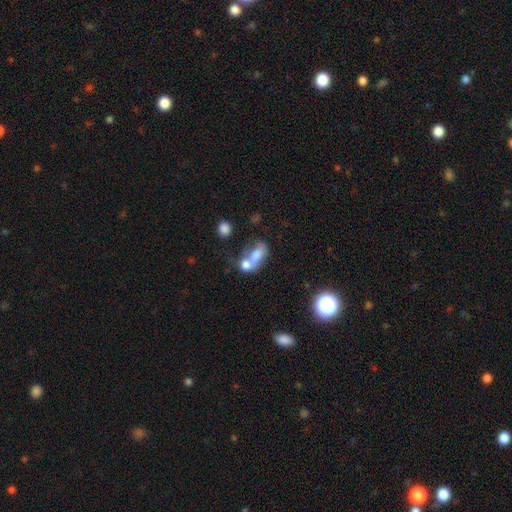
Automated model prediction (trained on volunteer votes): Smooth or featured? Predicted: smooth (p=0.66). How rounded? Predicted: in between (p=0.74). Merging? Predicted: merger (p=0.68).